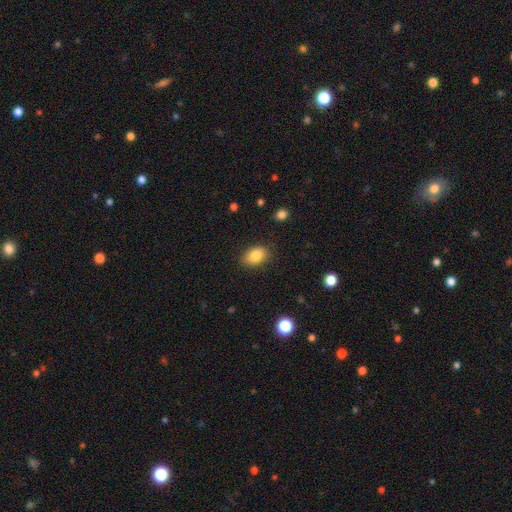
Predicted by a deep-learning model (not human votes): smooth-or-featured: smooth: 84% | star or artifact: 9% | featured or disk: 8%
  how-rounded: in between: 80% | round: 19% | cigar-shaped: 1%
  merging: none: 84% | minor disturbance: 12% | major disturbance: 3% | merger: 1%